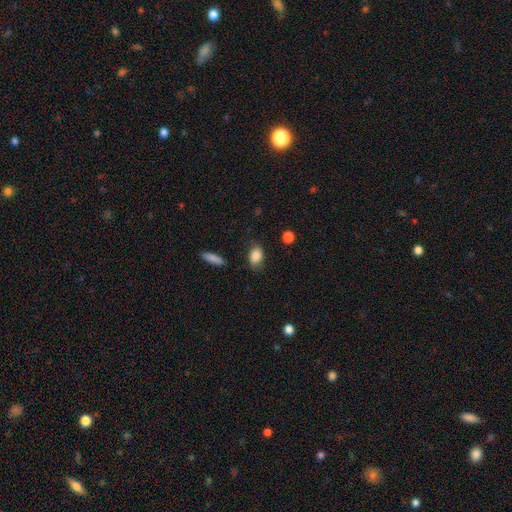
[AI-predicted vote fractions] Smooth or featured? Predicted: smooth (p=0.87). How rounded? Predicted: in between (p=0.84). Merging? Predicted: none (p=0.78).